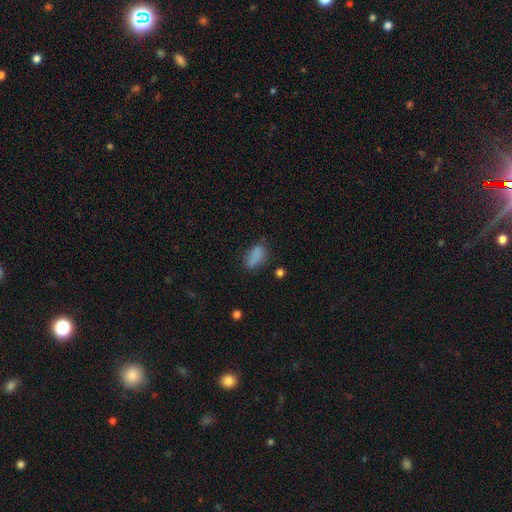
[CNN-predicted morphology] This is clearly a smooth galaxy (83%). How rounded: clearly in between (87%). Merging: likely none (65%).